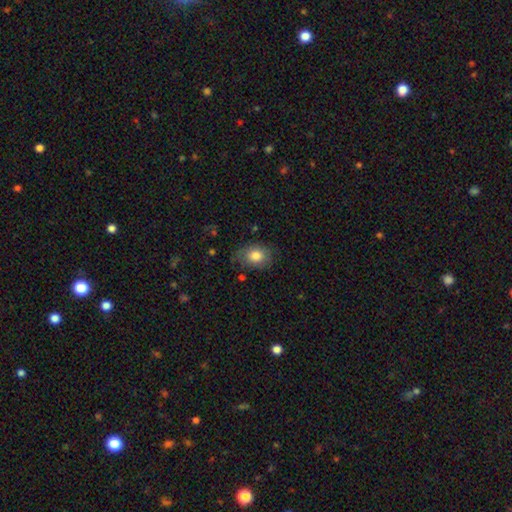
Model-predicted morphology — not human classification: smooth 81%, featured or disk 11%, star or artifact 8%. Down the decision tree: how rounded — in between (69%); merging — none (69%).